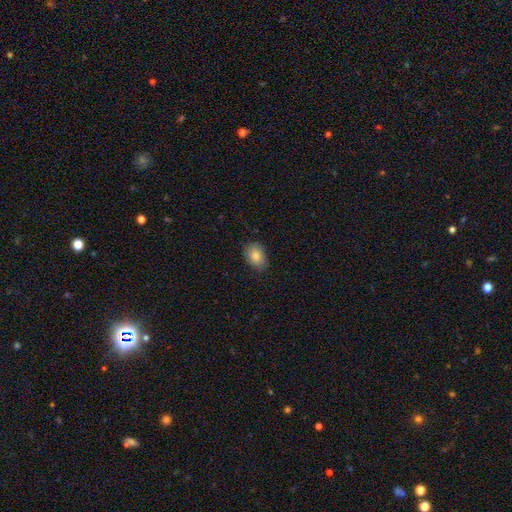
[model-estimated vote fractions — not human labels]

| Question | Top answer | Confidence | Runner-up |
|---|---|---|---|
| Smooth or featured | smooth | 84% | star or artifact (8%) |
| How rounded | in between | 77% | round (22%) |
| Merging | none | 83% | minor disturbance (14%) |